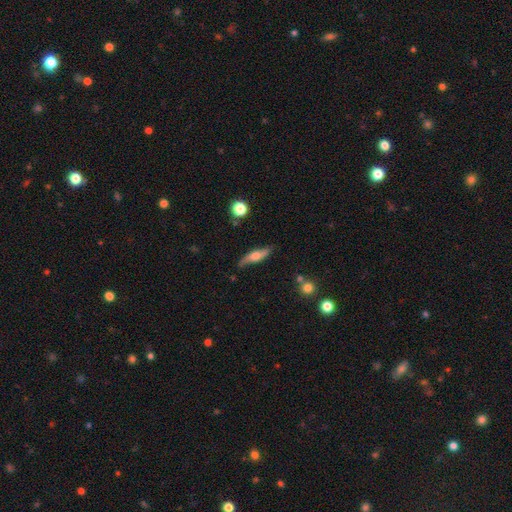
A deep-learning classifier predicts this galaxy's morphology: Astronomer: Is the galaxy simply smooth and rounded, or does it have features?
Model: featured or disk — 54% (runner-up: smooth, 39%).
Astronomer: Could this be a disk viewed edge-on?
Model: yes — 63%.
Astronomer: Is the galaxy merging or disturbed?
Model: none — 73%.